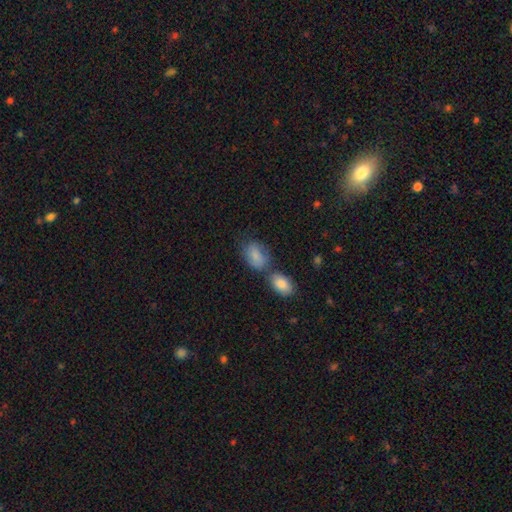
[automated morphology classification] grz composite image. It shows a smooth galaxy with no disk features (84%) that is in between round and cigar-shaped (87%). Merging: none (39%).